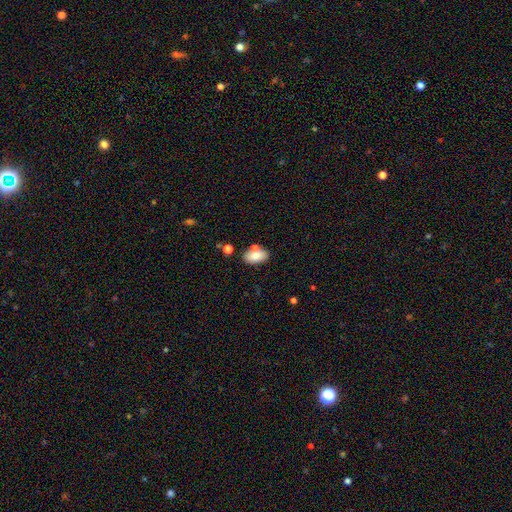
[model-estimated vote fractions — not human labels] This appears to be a smooth galaxy with no disk features (75%) that is in between round and cigar-shaped (91%). Merging: none (64%).